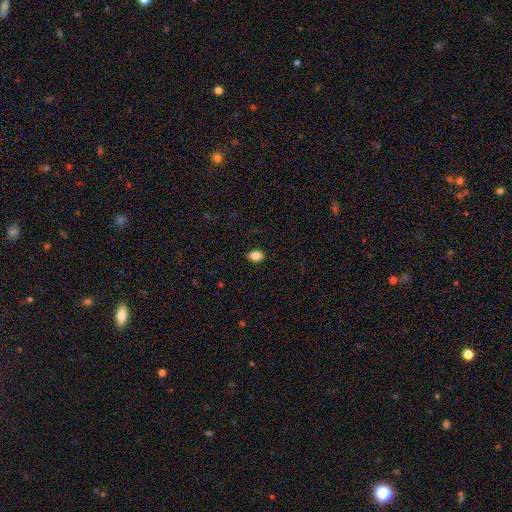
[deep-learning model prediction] smooth-or-featured: smooth: 85% | star or artifact: 9% | featured or disk: 6%
  how-rounded: in between: 82% | round: 17% | cigar-shaped: 2%
  merging: none: 88% | minor disturbance: 9% | major disturbance: 2% | merger: 1%